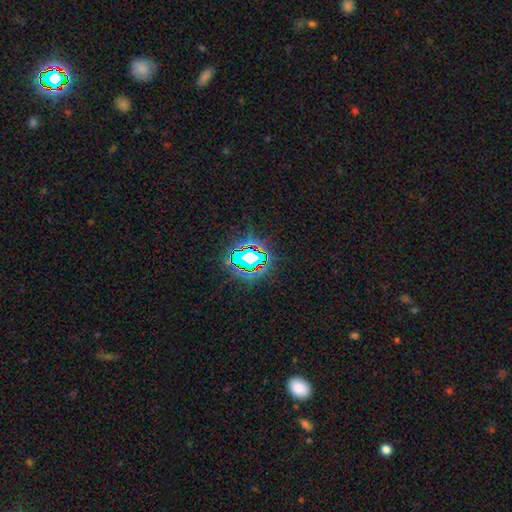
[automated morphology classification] smooth-or-featured: star or artifact: 68% | smooth: 19% | featured or disk: 13%